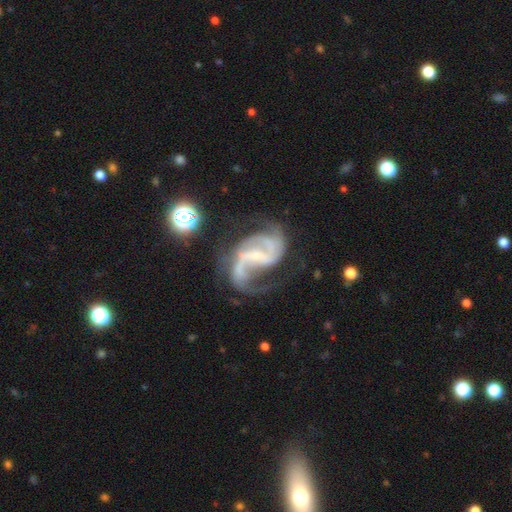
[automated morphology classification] smooth_or_featured: featured or disk (p=0.90) [alt: star or artifact p=0.06]
disk_edge_on: no (p=0.98) [alt: yes p=0.02]
bar: strong (p=0.44) [alt: weak p=0.40]
has_spiral_arms: yes (p=0.97) [alt: no p=0.03]
spiral_winding: medium (p=0.50) [alt: loose p=0.36]
spiral_arm_count: 2 (p=0.76) [alt: 3 p=0.09]
bulge_size: small (p=0.69) [alt: moderate p=0.15]
merging: none (p=0.51) [alt: major disturbance p=0.24]